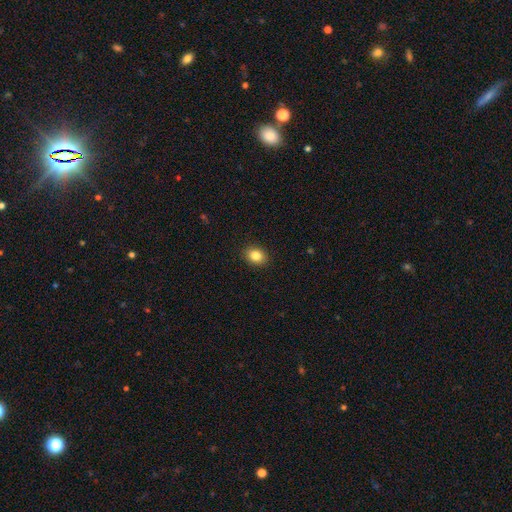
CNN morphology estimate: type=smooth (85%); roundness=in between (59%); merging=none (90%).